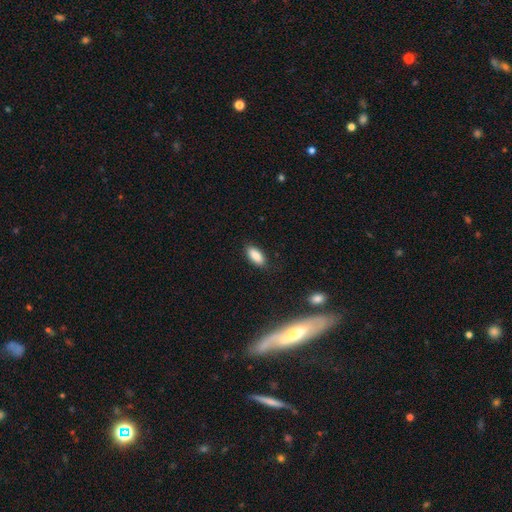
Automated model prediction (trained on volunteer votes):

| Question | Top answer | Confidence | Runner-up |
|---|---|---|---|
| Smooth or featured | smooth | 87% | star or artifact (8%) |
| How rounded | in between | 87% | cigar-shaped (11%) |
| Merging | none | 85% | minor disturbance (11%) |